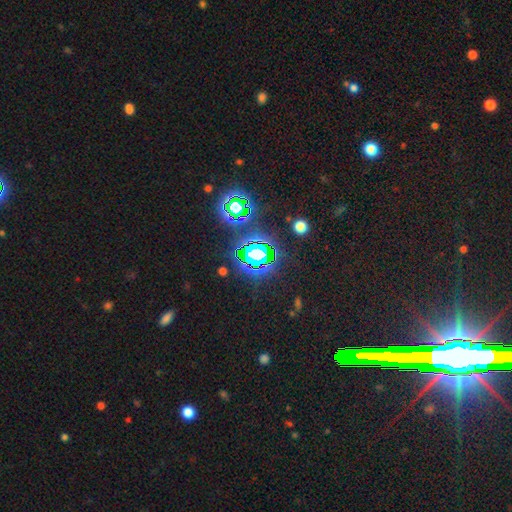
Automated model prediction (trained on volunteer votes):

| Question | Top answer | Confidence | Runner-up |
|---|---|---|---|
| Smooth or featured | star or artifact | 70% | smooth (16%) |